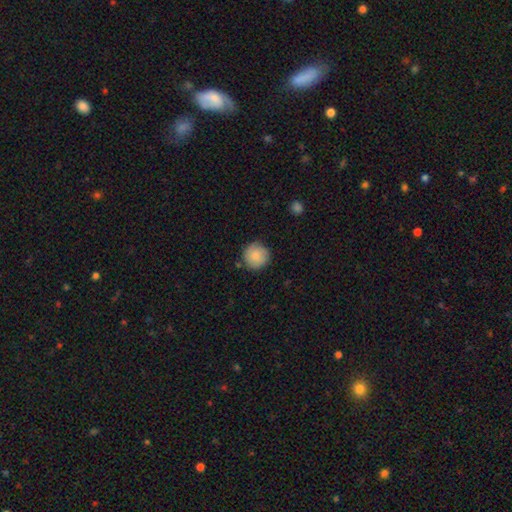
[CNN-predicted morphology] Smooth or featured? Predicted: smooth (p=0.83). How rounded? Predicted: round (p=0.95). Merging? Predicted: none (p=0.84).